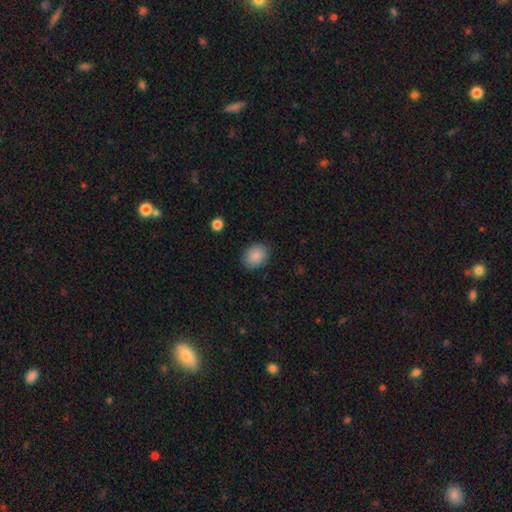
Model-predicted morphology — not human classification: A smooth galaxy with no disk features (88%) that is in between round and cigar-shaped (51%).

Vote fractions:
- Smooth or featured? smooth: 88% / star or artifact: 8% / featured or disk: 5%
- How rounded? in between: 51% / round: 49% / cigar-shaped: 1%
- Merging? none: 87% / minor disturbance: 10% / major disturbance: 3% / merger: 1%